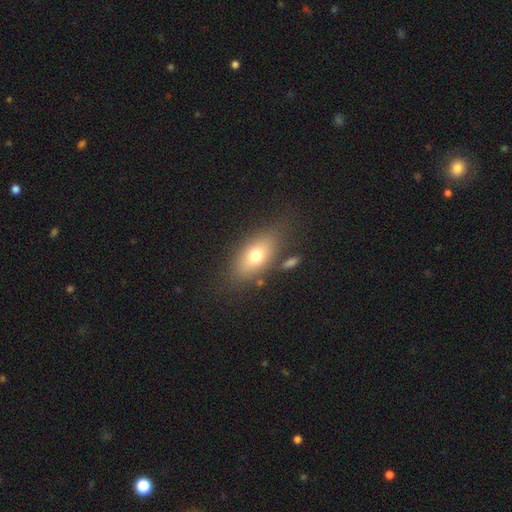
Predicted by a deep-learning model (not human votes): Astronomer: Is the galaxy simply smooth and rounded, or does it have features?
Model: smooth — 71%.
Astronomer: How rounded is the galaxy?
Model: in between — 83%.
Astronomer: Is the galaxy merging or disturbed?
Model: none — 72%.